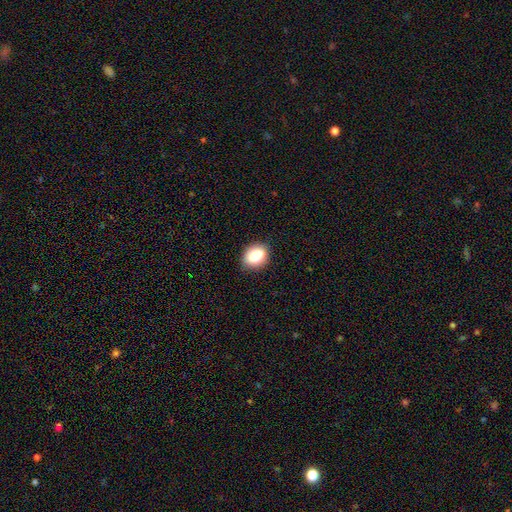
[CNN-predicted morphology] Smooth or featured: smooth — 87% (star or artifact — 8%)
How rounded: in between — 71% (round — 28%)
Merging: none — 86% (minor disturbance — 11%)